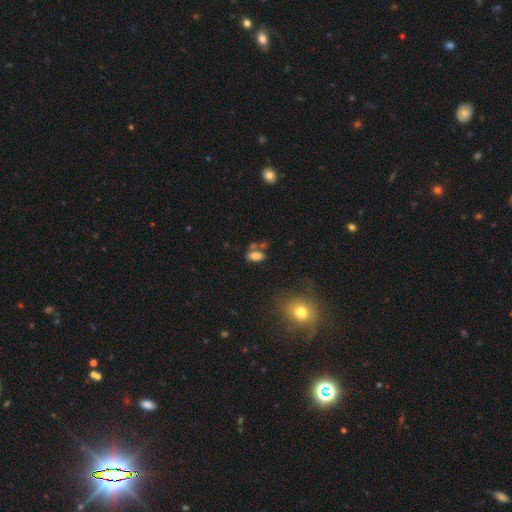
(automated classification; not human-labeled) Overall: smooth (77%). How rounded: in between (88%). Merging: none (50%; merger 26%).